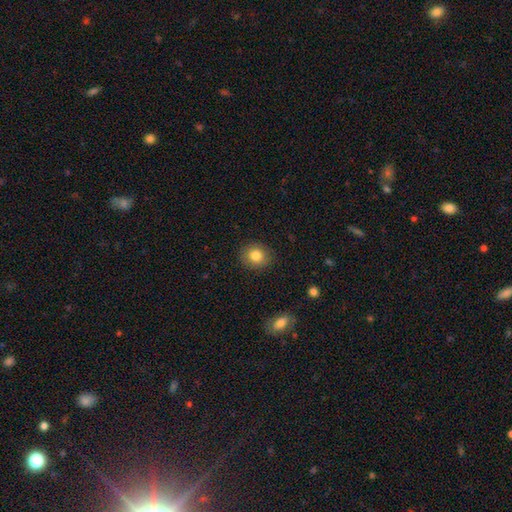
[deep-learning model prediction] smooth 82%, star or artifact 10%, featured or disk 8%. Down the decision tree: how rounded — round (79%); merging — none (89%).